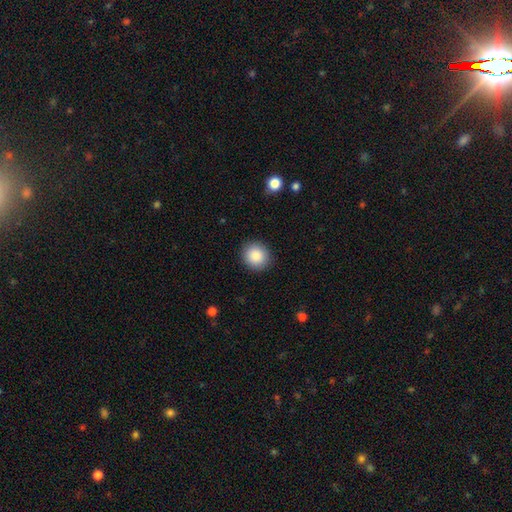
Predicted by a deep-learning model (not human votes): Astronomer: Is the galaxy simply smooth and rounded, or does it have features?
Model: smooth — 88%.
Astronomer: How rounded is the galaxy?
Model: round — 86%.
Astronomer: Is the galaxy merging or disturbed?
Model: none — 90%.